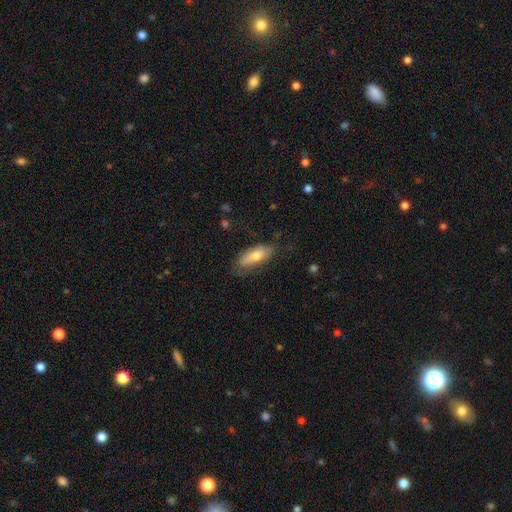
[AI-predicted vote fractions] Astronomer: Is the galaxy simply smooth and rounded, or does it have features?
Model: smooth — 70%.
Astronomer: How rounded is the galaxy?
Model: in between — 74%.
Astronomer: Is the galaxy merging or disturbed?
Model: none — 70%.